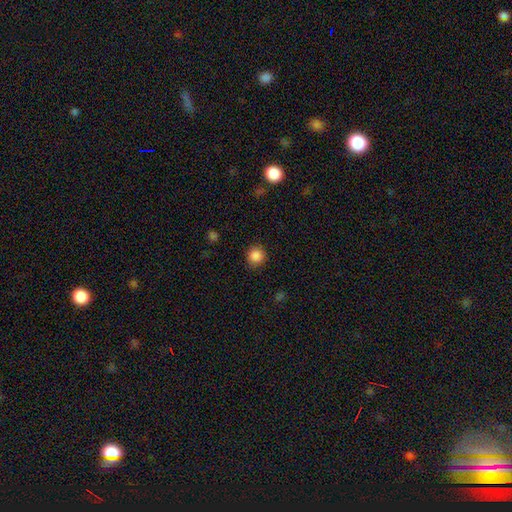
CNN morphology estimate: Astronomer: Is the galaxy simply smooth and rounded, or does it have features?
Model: smooth — 86%.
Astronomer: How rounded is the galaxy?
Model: round — 91%.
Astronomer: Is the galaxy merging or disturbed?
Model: none — 88%.